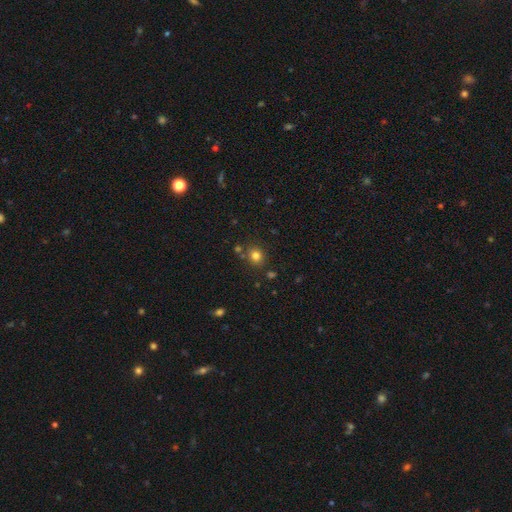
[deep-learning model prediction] Smooth or featured? smooth (79%)
How rounded? round (77%)
Merging? none (79%)